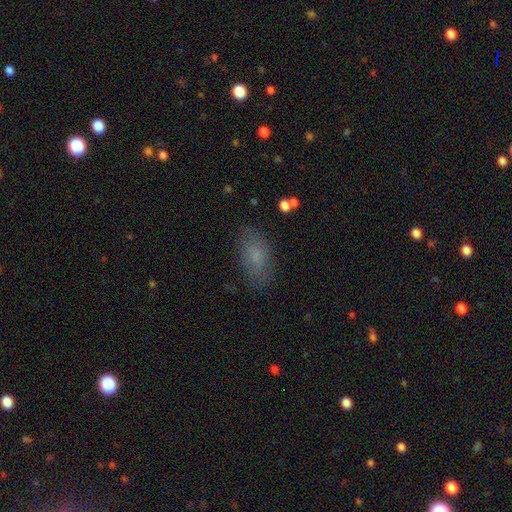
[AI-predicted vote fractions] Smooth or featured? Predicted: smooth (p=0.75). How rounded? Predicted: in between (p=0.89). Merging? Predicted: none (p=0.80).